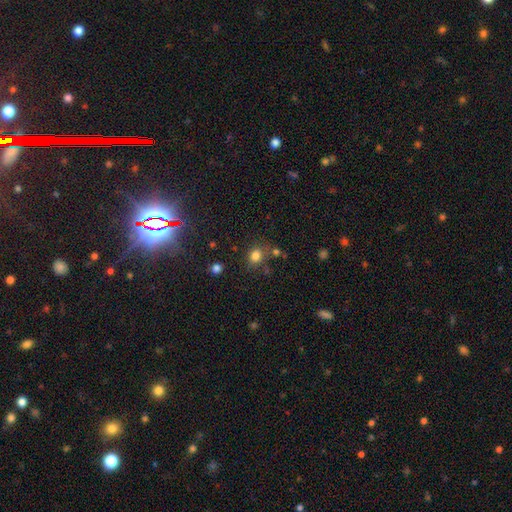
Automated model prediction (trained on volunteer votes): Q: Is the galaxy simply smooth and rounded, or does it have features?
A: smooth — 79%.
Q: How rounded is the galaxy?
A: round — 64%.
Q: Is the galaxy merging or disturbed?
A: none — 70%.